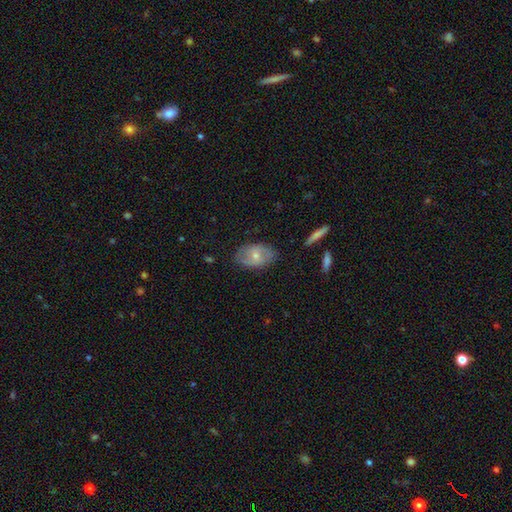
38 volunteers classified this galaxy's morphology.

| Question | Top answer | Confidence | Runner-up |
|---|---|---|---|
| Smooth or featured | featured or disk | 63% | smooth (32%) |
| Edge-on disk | no | 100% | — |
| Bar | no | 62% | weak (29%) |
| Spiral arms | yes | 67% | no (33%) |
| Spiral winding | loose | 44% | medium (31%) |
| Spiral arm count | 2 | 81% | 1 (6%) |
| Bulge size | small | 50% | moderate (46%) |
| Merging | none | 78% | minor disturbance (14%) |